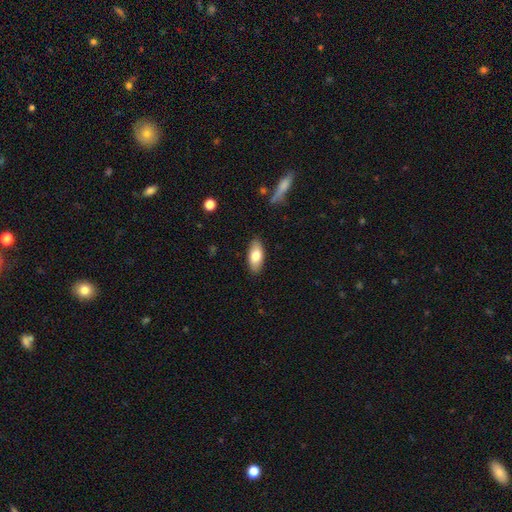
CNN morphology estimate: smooth-or-featured: smooth: 79% | featured or disk: 15% | star or artifact: 6%
  how-rounded: in between: 88% | cigar-shaped: 10% | round: 2%
  merging: none: 88% | minor disturbance: 9% | major disturbance: 2% | merger: 1%